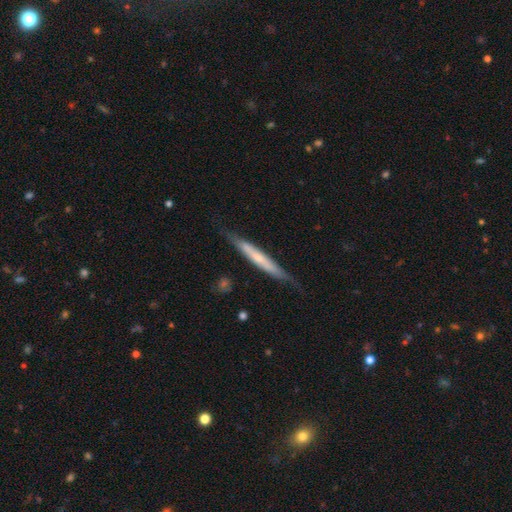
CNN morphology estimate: Overall: featured or disk (55%; smooth 39%). Edge-on disk: yes (91%). Edge-on bulge: none (64%; rounded 28%). Merging: none (79%).